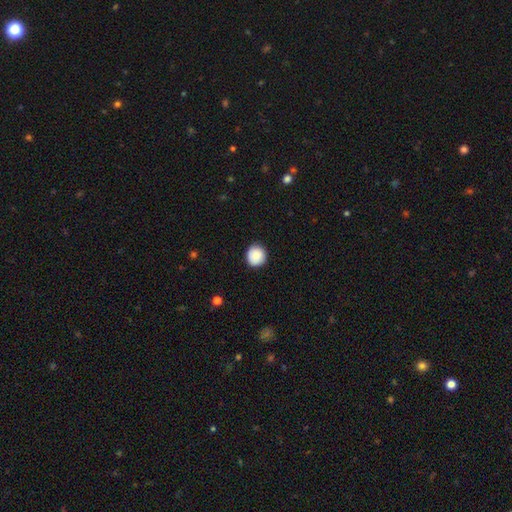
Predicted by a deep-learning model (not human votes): Overall: smooth (85%). How rounded: round (92%). Merging: none (89%).